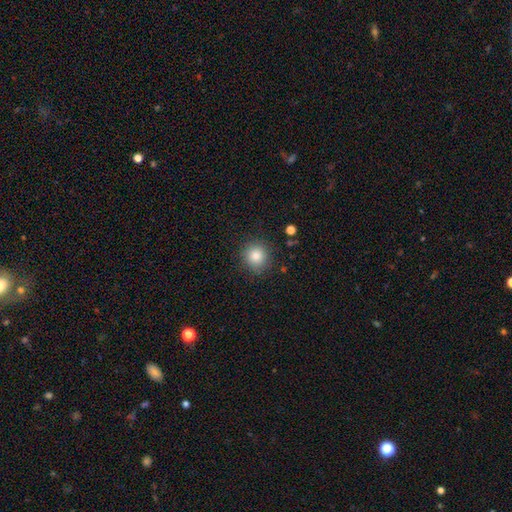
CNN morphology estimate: smooth 84%, star or artifact 10%, featured or disk 6%. Down the decision tree: how rounded — round (88%); merging — none (87%).